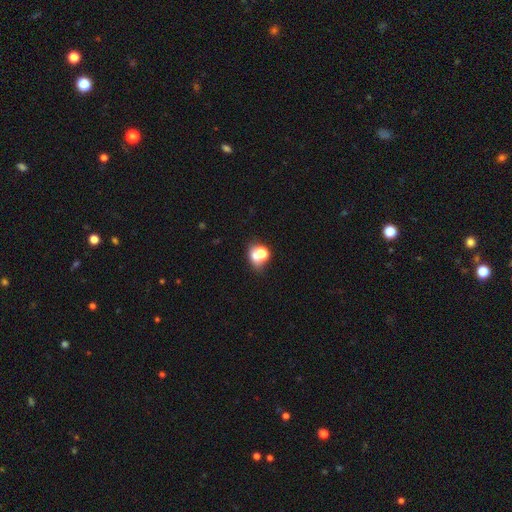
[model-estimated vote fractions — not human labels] A smooth galaxy with no disk features (64%) that is round (62%).

Vote fractions:
- Smooth or featured? smooth: 64% / star or artifact: 20% / featured or disk: 16%
- How rounded? round: 62% / in between: 37% / cigar-shaped: 2%
- Merging? none: 45% / merger: 32% / minor disturbance: 13% / major disturbance: 10%